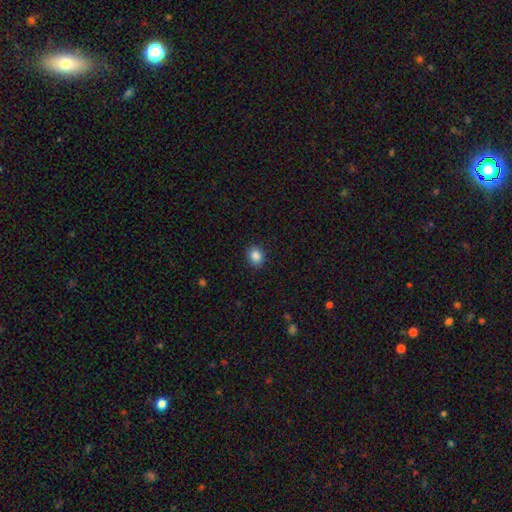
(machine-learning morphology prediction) A smooth galaxy with no disk features (87%) that is round (59%). Merging: none (90%).